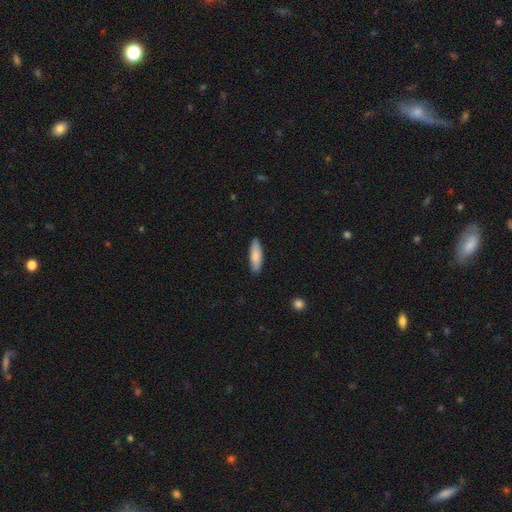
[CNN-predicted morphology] Smooth or featured: smooth — 84% (featured or disk — 11%)
How rounded: cigar-shaped — 50% (in between — 49%)
Merging: none — 88% (minor disturbance — 9%)